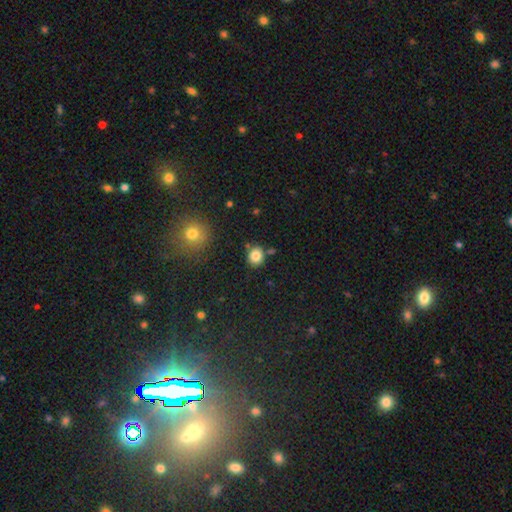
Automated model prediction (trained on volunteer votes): This is clearly a smooth galaxy (83%). How rounded: likely round (79%). Merging: clearly none (80%).